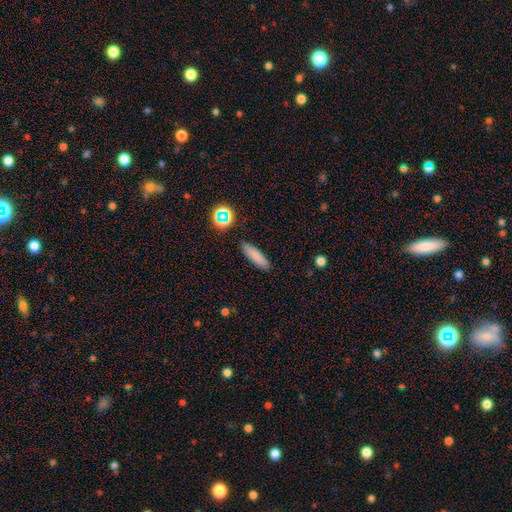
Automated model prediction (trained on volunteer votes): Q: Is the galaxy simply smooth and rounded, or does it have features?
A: smooth — 82%.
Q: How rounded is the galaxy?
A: cigar-shaped — 68%.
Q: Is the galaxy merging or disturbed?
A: none — 88%.